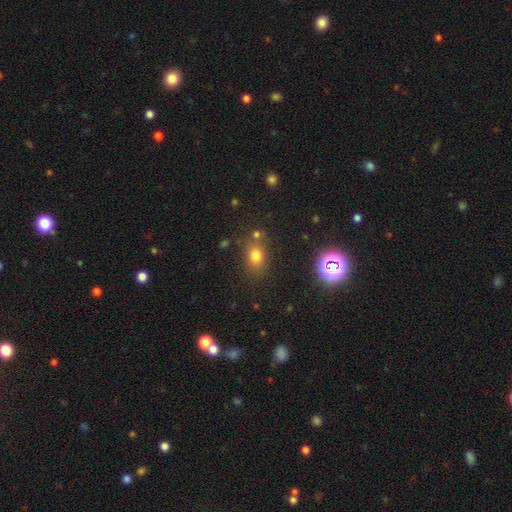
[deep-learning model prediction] Smooth or featured? Predicted: smooth (p=0.74). How rounded? Predicted: in between (p=0.61). Merging? Predicted: none (p=0.72).